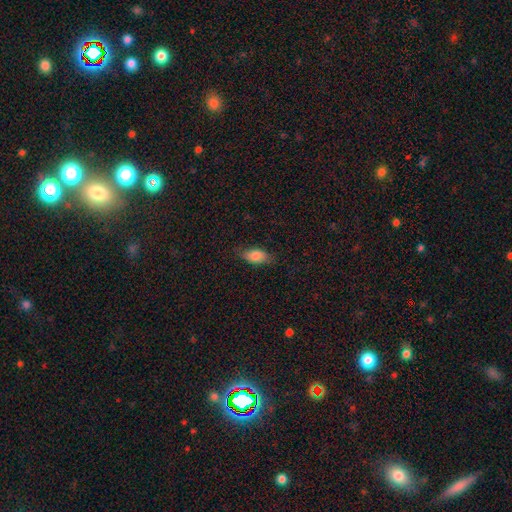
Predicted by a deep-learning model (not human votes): Smooth or featured? smooth (84%)
How rounded? in between (88%)
Merging? none (78%)